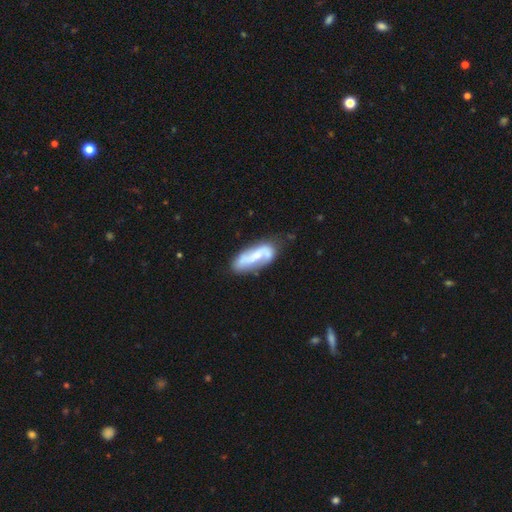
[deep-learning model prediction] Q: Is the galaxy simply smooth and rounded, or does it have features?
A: featured or disk — 68%.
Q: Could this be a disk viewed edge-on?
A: no — 92%.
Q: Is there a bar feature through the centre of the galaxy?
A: no — 39%.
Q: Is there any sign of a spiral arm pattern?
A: yes — 87%.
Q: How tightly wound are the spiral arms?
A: loose — 49%.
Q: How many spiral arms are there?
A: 2 — 82%.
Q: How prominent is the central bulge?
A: small — 49%.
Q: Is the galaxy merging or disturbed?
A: none — 65%.